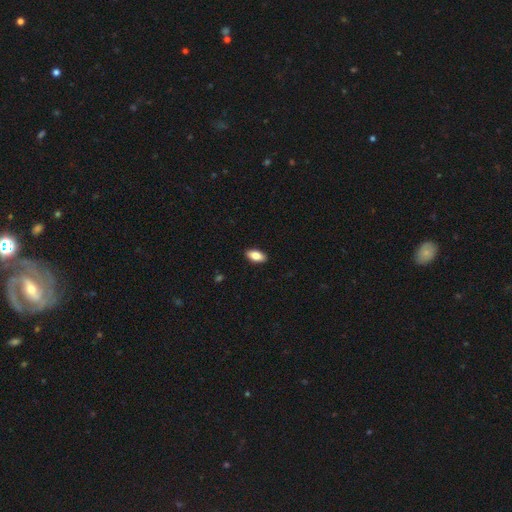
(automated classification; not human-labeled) Smooth or featured?
  - smooth: 82% *
  - featured or disk: 11%
  - star or artifact: 7%
How rounded?
  - in between: 90% *
  - cigar-shaped: 7%
  - round: 3%
Merging?
  - none: 90% *
  - minor disturbance: 7%
  - major disturbance: 2%
  - merger: 1%